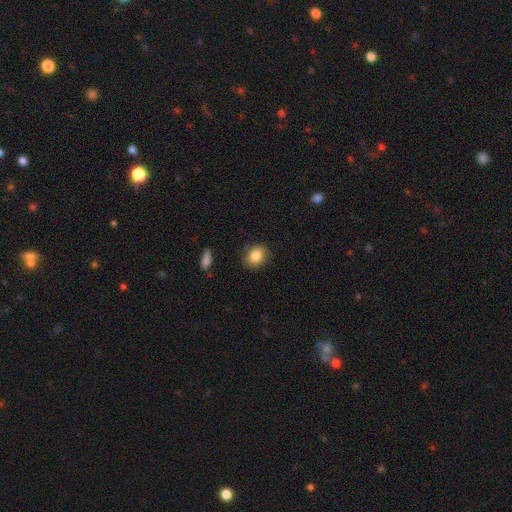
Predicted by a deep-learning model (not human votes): Smooth or featured? Predicted: smooth (p=0.85). How rounded? Predicted: in between (p=0.53). Merging? Predicted: none (p=0.86).